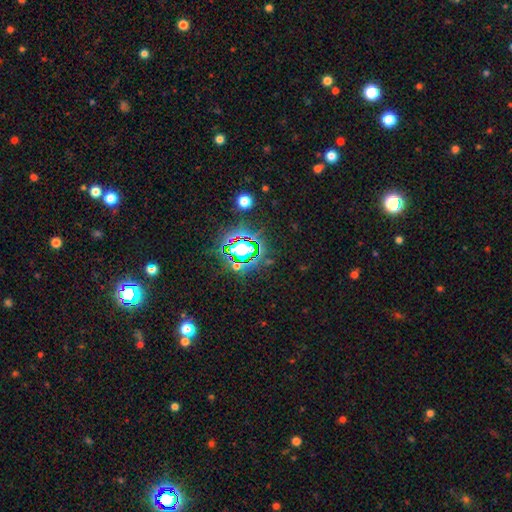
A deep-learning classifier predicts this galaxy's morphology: type=star or artifact (81%).